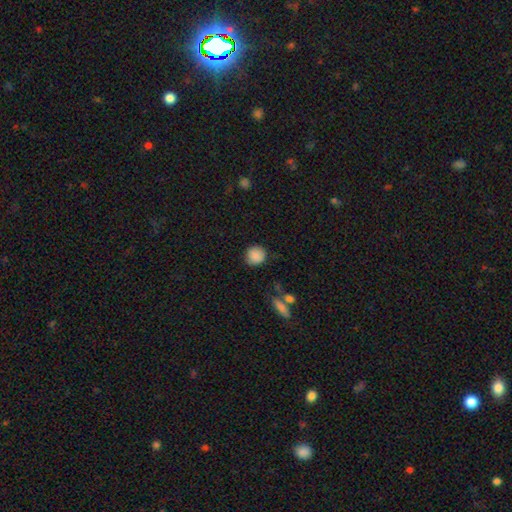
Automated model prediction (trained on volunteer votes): smooth 87%, star or artifact 9%, featured or disk 4%. Down the decision tree: how rounded — round (89%); merging — none (85%).